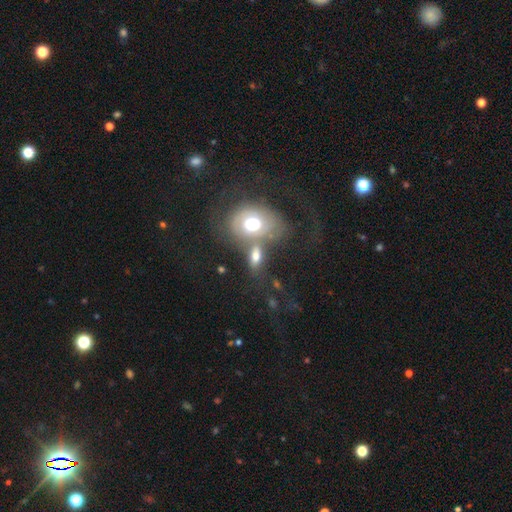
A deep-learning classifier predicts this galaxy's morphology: type=smooth (57%); roundness=in between (81%); merging=merger (40%).